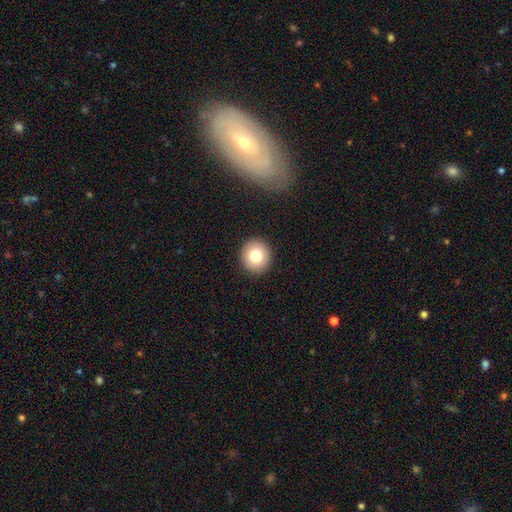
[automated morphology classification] Smooth or featured: smooth — 79% (featured or disk — 11%)
How rounded: round — 91% (in between — 8%)
Merging: none — 91% (minor disturbance — 6%)